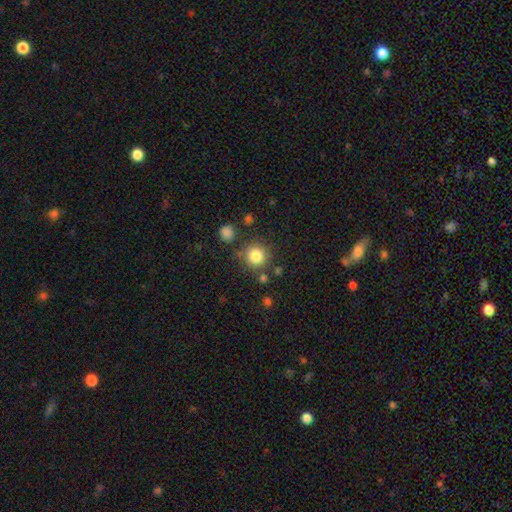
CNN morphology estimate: This is clearly a smooth galaxy (83%). How rounded: clearly round (93%). Merging: likely none (79%).